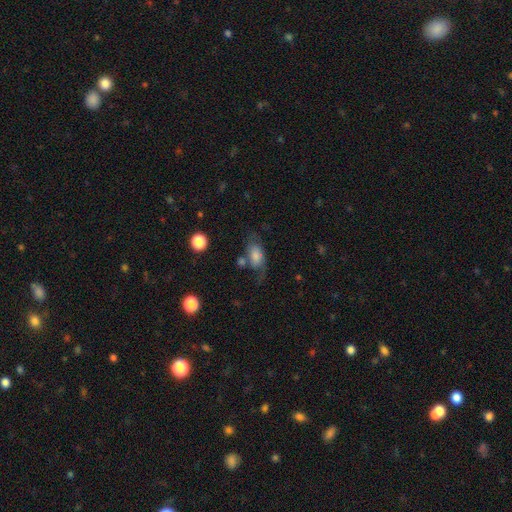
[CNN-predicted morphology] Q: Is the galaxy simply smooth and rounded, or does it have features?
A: smooth — 61%.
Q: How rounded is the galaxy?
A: in between — 86%.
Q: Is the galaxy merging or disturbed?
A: none — 42%.